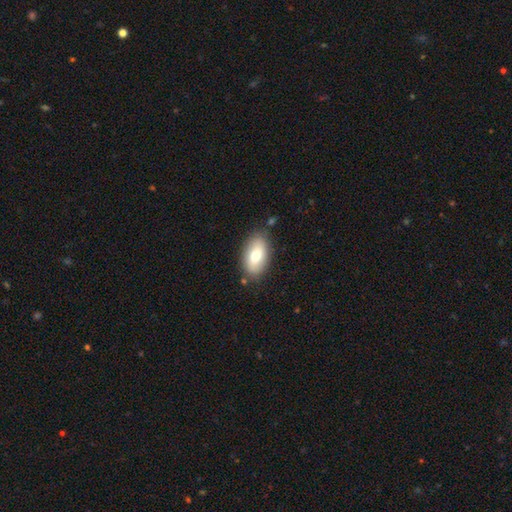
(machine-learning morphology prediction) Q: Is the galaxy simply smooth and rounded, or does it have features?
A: smooth — 72%.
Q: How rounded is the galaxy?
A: in between — 92%.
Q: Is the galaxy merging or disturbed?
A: none — 81%.